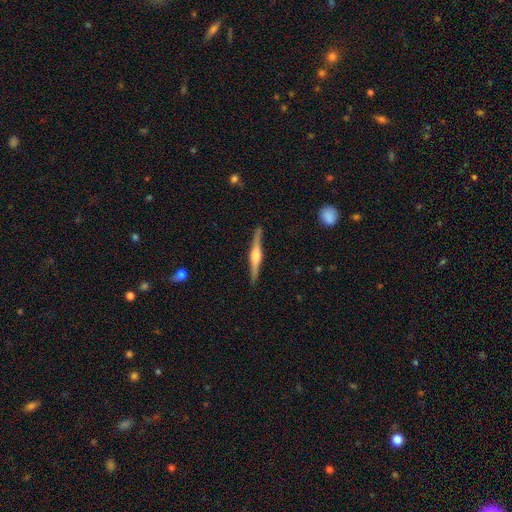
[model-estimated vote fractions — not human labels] Smooth or featured?
  - featured or disk: 80% *
  - smooth: 15%
  - star or artifact: 5%
Edge-on disk?
  - yes: 98% *
  - no: 2%
Edge-on bulge?
  - rounded: 87% *
  - boxy: 10%
  - none: 3%
Merging?
  - none: 90% *
  - minor disturbance: 7%
  - major disturbance: 1%
  - merger: 1%